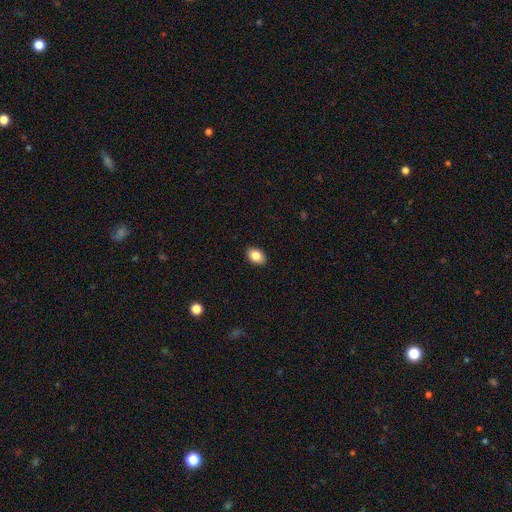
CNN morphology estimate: Smooth or featured? Predicted: smooth (p=0.86). How rounded? Predicted: in between (p=0.83). Merging? Predicted: none (p=0.90).